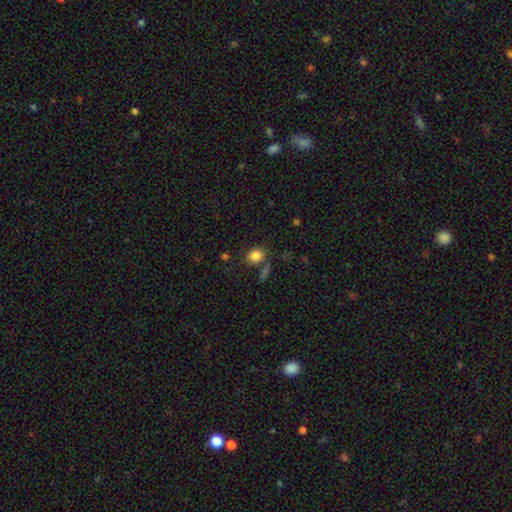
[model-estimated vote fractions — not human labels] This appears to be a smooth galaxy with no disk features (83%) that is in between round and cigar-shaped (54%). Merging: none (65%).